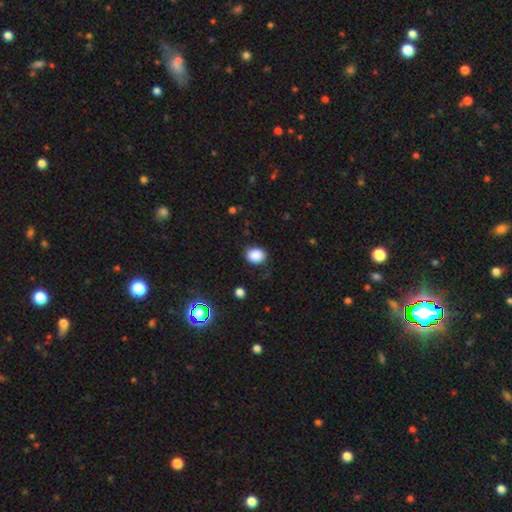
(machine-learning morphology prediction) Overall: smooth (86%). How rounded: round (54%; in between 45%). Merging: none (81%).